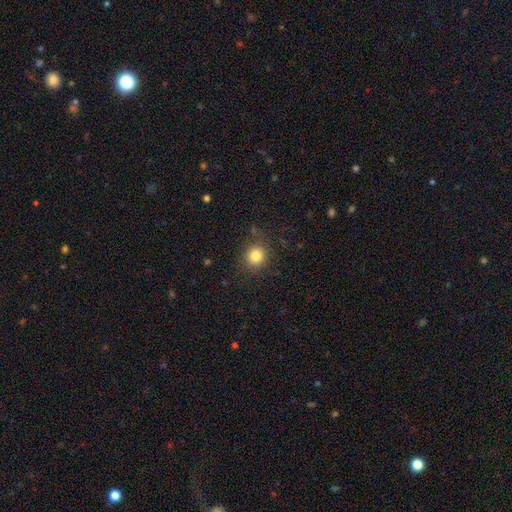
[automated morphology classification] Smooth or featured?
  - smooth: 83% *
  - star or artifact: 12%
  - featured or disk: 6%
How rounded?
  - round: 85% *
  - in between: 14%
  - cigar-shaped: 1%
Merging?
  - none: 84% *
  - minor disturbance: 11%
  - major disturbance: 4%
  - merger: 1%